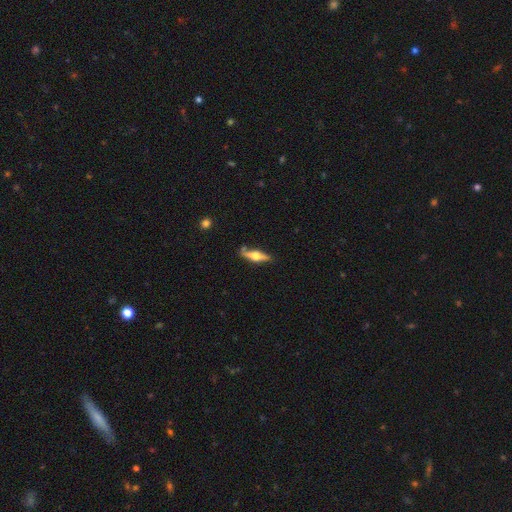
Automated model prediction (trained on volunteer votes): Morphology: type=featured or disk (63%); edge-on=yes (93%); edge-on bulge=rounded (94%); merging=none (76%).